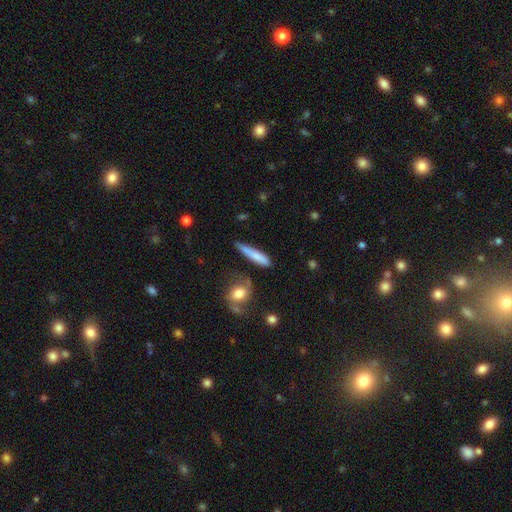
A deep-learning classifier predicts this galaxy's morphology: Smooth or featured? smooth (76%)
How rounded? cigar-shaped (86%)
Merging? none (62%)